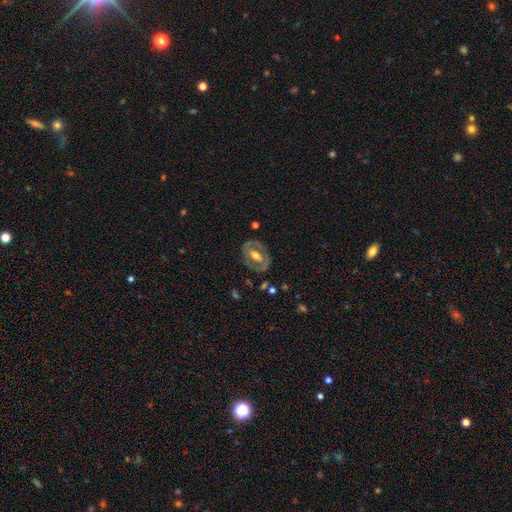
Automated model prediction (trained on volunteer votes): Overall: featured or disk (66%; smooth 28%). Edge-on disk: no (93%). Bar: no (45%; weak 33%). Spiral arms: no (59%; yes 41%). Bulge size: moderate (68%). Merging: none (75%).